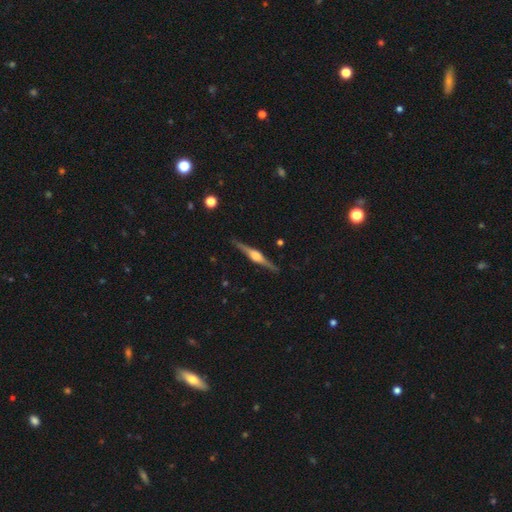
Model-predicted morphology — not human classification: This appears to be a featured or disk galaxy (85%) viewed edge-on (98%) with a rounded central bulge (84%). Merging: none (90%).